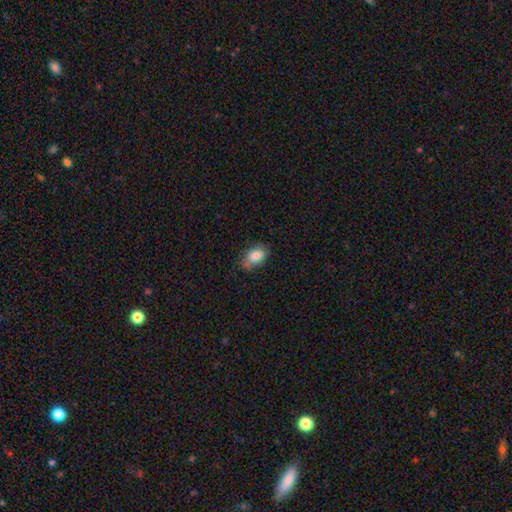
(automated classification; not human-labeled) Smooth or featured? smooth (82%)
How rounded? in between (84%)
Merging? none (64%)